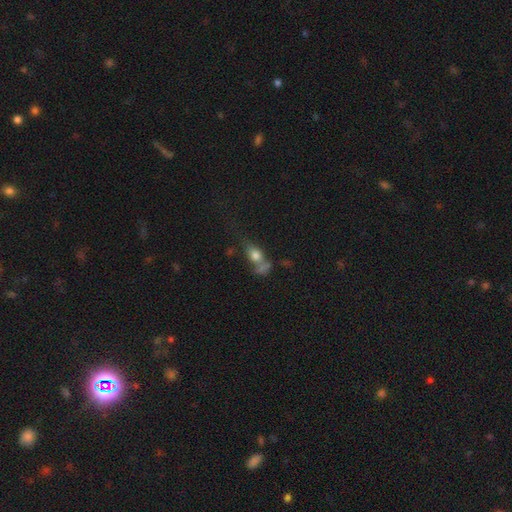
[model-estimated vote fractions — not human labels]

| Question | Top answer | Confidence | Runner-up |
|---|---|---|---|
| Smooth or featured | smooth | 70% | featured or disk (18%) |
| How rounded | in between | 63% | round (29%) |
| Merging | merger | 42% | none (28%) |